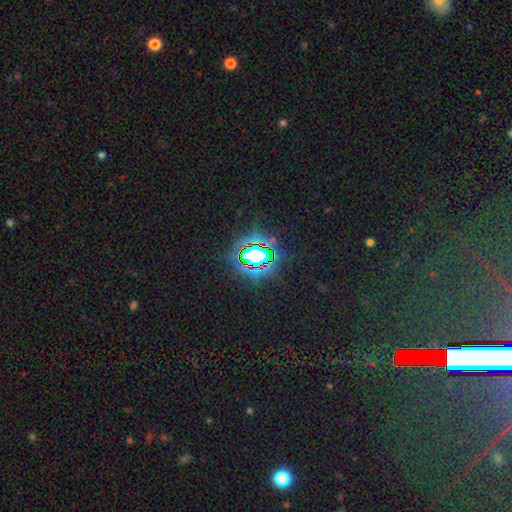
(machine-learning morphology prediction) Smooth or featured?
  - star or artifact: 76% *
  - smooth: 14%
  - featured or disk: 10%